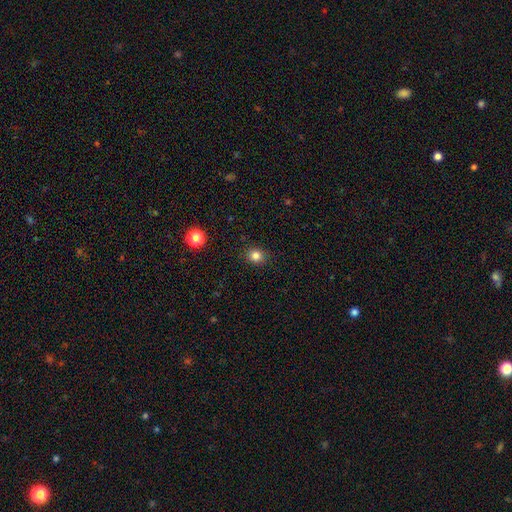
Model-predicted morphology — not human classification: This appears to be a smooth galaxy with no disk features (82%) that is round (75%). Merging: none (89%).